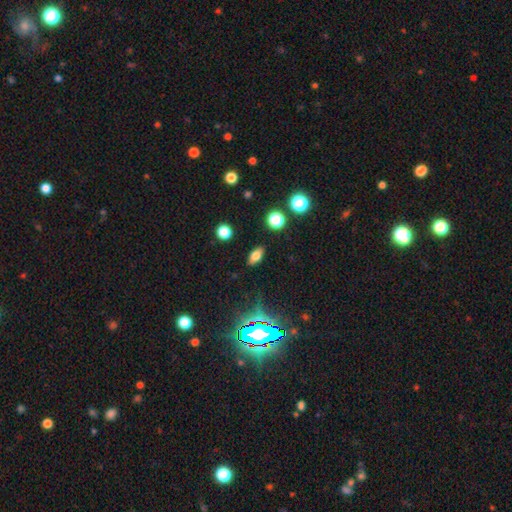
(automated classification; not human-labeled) smooth-or-featured: smooth: 74% | star or artifact: 15% | featured or disk: 11%
  how-rounded: in between: 85% | cigar-shaped: 8% | round: 7%
  merging: none: 87% | minor disturbance: 9% | major disturbance: 2% | merger: 2%